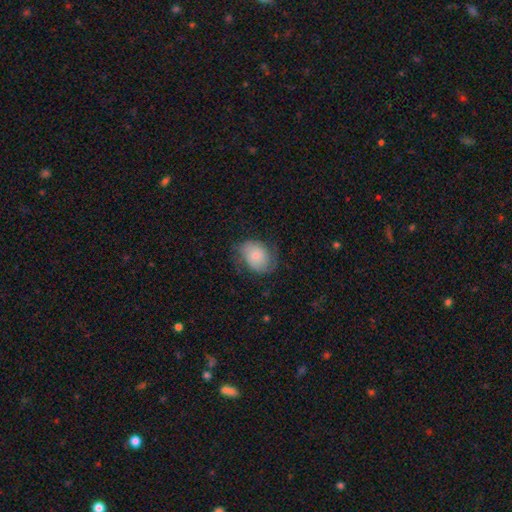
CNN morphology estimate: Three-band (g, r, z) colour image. It shows a smooth galaxy with no disk features (51%) that is in between round and cigar-shaped (60%). Merging: none (57%).